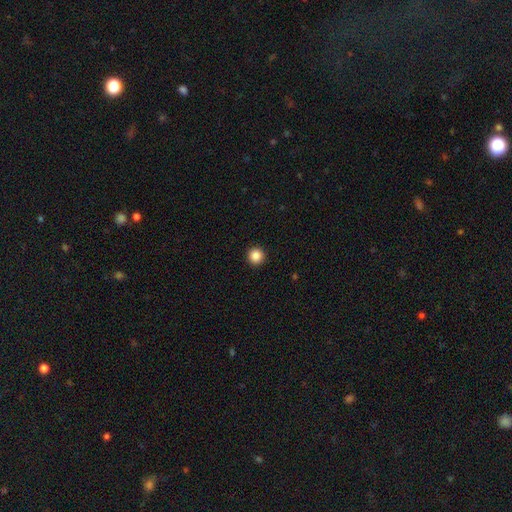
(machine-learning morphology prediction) Smooth or featured: smooth — 86% (star or artifact — 11%)
How rounded: round — 96% (in between — 3%)
Merging: none — 94% (minor disturbance — 4%)